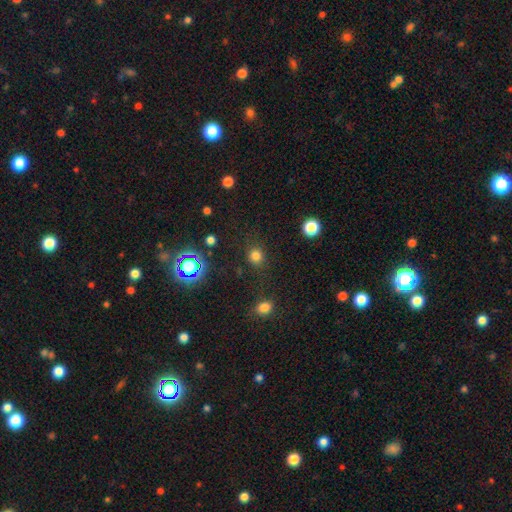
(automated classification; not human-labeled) Q: Smooth or featured?
A: smooth (78%); runner-up: star or artifact (17%)
Q: How rounded?
A: round (86%); runner-up: in between (13%)
Q: Merging?
A: none (87%); runner-up: minor disturbance (8%)